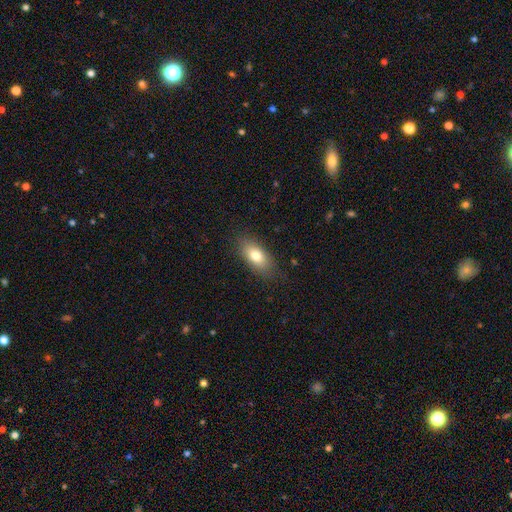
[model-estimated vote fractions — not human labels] This is likely a smooth galaxy (77%). How rounded: clearly in between (85%). Merging: clearly none (83%).